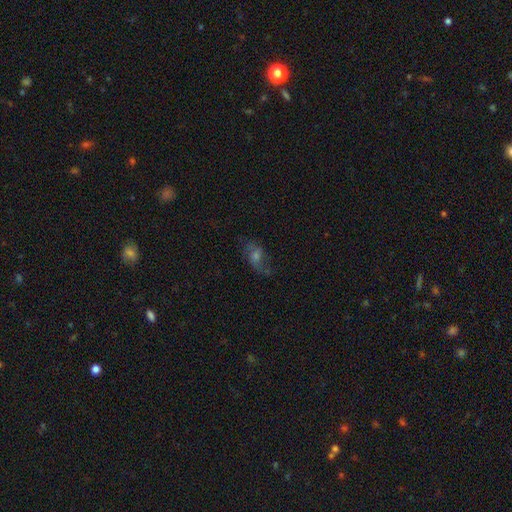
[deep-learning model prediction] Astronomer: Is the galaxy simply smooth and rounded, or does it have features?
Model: featured or disk — 56%.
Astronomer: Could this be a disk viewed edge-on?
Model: no — 92%.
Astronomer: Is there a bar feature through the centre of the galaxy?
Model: no — 55% (runner-up: weak, 36%).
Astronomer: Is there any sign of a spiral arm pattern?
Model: yes — 84%.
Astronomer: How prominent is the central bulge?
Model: moderate — 47% (runner-up: small, 35%).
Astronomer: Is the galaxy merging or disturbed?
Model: none — 60%.